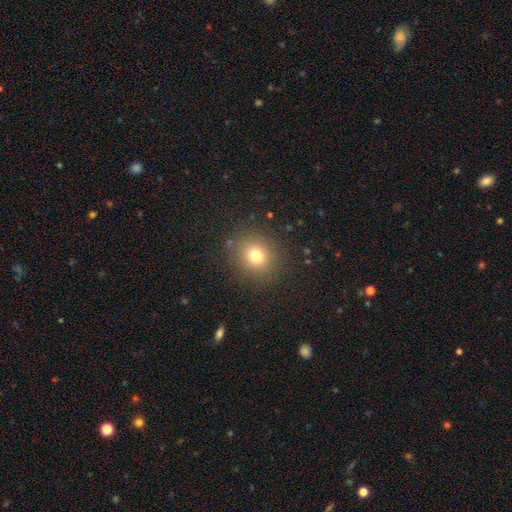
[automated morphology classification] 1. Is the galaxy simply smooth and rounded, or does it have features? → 75% smooth, 16% star or artifact, 10% featured or disk.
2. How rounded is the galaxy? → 81% round, 18% in between, 1% cigar-shaped.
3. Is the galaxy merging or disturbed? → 87% none, 8% minor disturbance, 4% major disturbance, 1% merger.